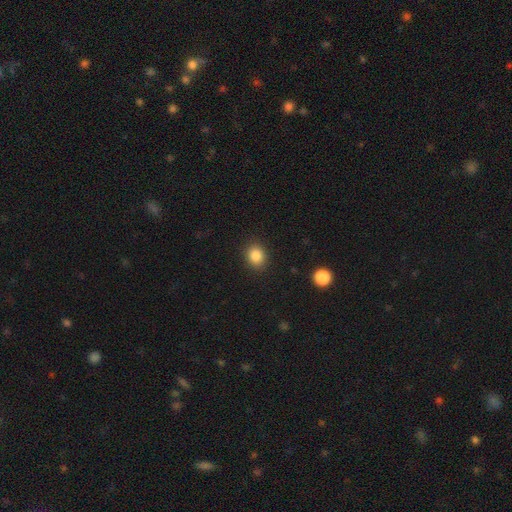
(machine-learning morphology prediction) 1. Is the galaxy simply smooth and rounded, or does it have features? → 85% smooth, 10% star or artifact, 5% featured or disk.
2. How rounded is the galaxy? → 60% round, 39% in between, 1% cigar-shaped.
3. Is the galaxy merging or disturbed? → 90% none, 7% minor disturbance, 2% major disturbance, 1% merger.